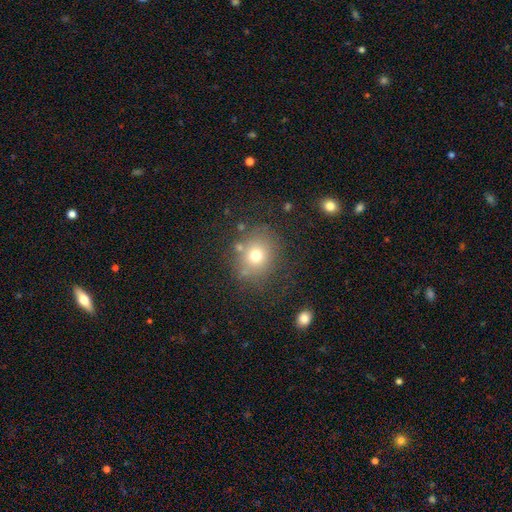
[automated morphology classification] Q: Smooth or featured?
A: smooth (70%); runner-up: star or artifact (16%)
Q: How rounded?
A: round (74%); runner-up: in between (25%)
Q: Merging?
A: none (75%); runner-up: minor disturbance (13%)